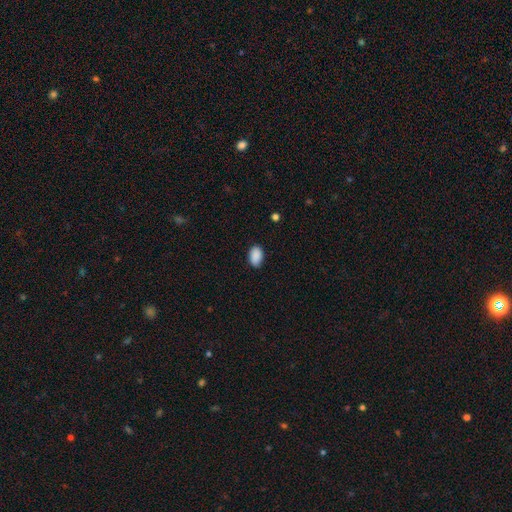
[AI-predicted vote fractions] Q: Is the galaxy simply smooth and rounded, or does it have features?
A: smooth — 90%.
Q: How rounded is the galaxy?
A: in between — 90%.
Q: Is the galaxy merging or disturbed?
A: none — 84%.